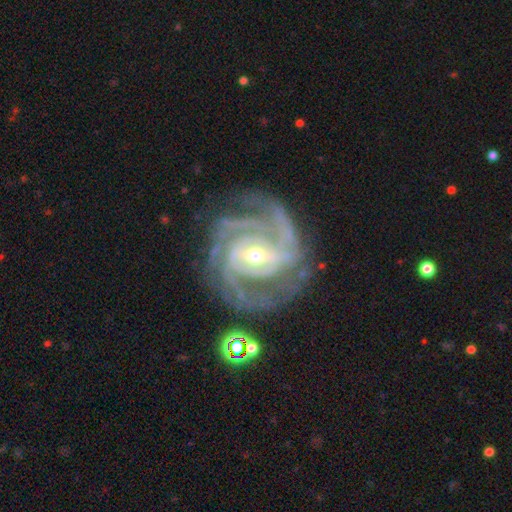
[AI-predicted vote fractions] A featured or disk galaxy (93%) with a weak bar (42%), 3 (34%) tight (57%) spiral arms (98%) and a moderate central bulge (51%).

Vote fractions:
- Smooth or featured? featured or disk: 93% / star or artifact: 4% / smooth: 3%
- Edge-on disk? no: 98% / yes: 2%
- Bar? weak: 42% / strong: 32% / no: 26%
- Spiral arms? yes: 98% / no: 2%
- Spiral winding? tight: 57% / medium: 37% / loose: 6%
- Spiral arm count? 3: 34% / 2: 26% / 4: 14% / can't tell: 13% / more than 4: 6% / 1: 6%
- Bulge size? moderate: 51% / small: 45% / large: 3% / none: 1% / dominant: 1%
- Merging? none: 70% / minor disturbance: 17% / major disturbance: 10% / merger: 2%